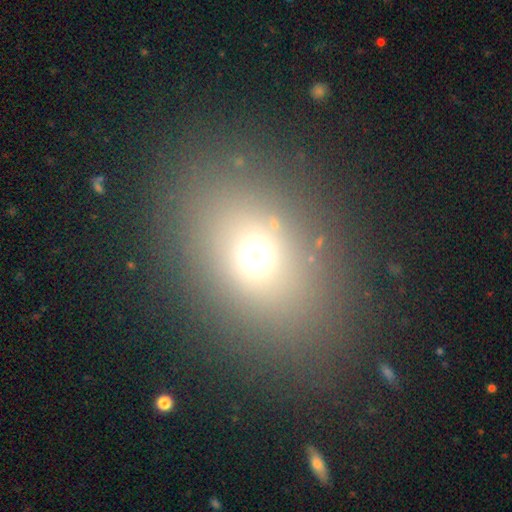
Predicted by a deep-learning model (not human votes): smooth-or-featured: smooth: 67% | star or artifact: 21% | featured or disk: 11%
  how-rounded: in between: 55% | round: 42% | cigar-shaped: 2%
  merging: none: 80% | minor disturbance: 10% | major disturbance: 6% | merger: 3%